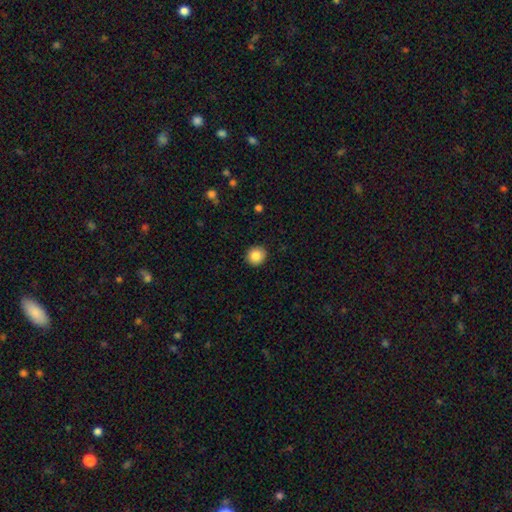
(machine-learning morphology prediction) smooth-or-featured: smooth: 86% | star or artifact: 9% | featured or disk: 5%
  how-rounded: round: 90% | in between: 9% | cigar-shaped: 1%
  merging: none: 92% | minor disturbance: 5% | major disturbance: 2% | merger: 1%